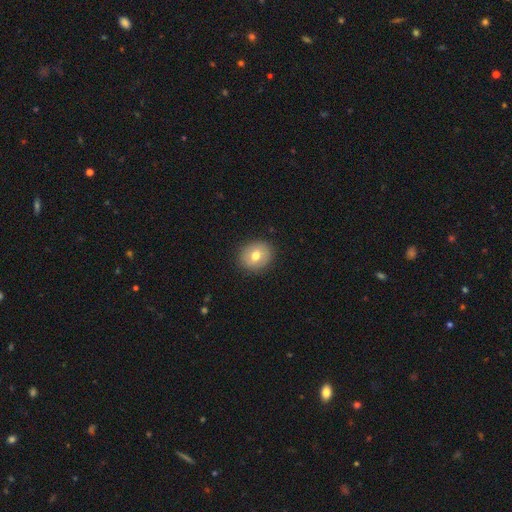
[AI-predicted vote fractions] Smooth or featured: smooth — 71% (featured or disk — 20%)
How rounded: round — 73% (in between — 26%)
Merging: none — 89% (minor disturbance — 8%)